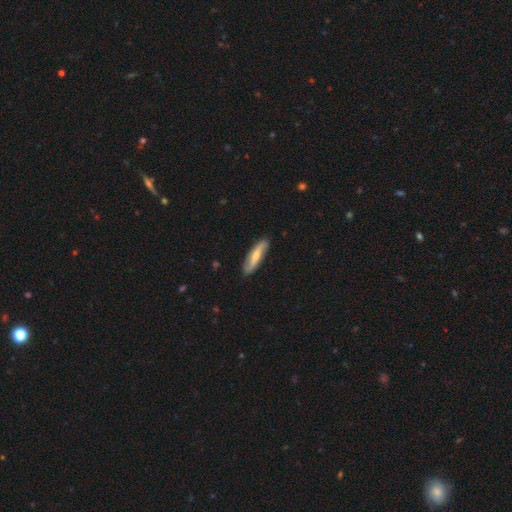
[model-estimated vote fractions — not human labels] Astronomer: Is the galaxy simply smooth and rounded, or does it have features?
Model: featured or disk — 53% (runner-up: smooth, 42%).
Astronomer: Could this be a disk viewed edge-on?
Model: no — 63%.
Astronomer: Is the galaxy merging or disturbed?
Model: none — 85%.